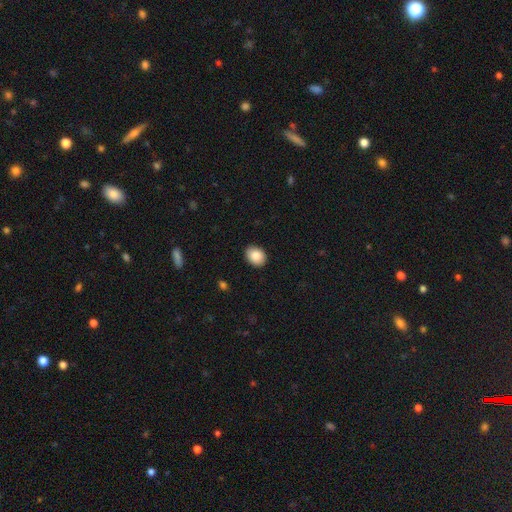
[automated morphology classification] smooth_or_featured: smooth (p=0.88) [alt: star or artifact p=0.07]
how_rounded: in between (p=0.62) [alt: round p=0.37]
merging: none (p=0.89) [alt: minor disturbance p=0.09]